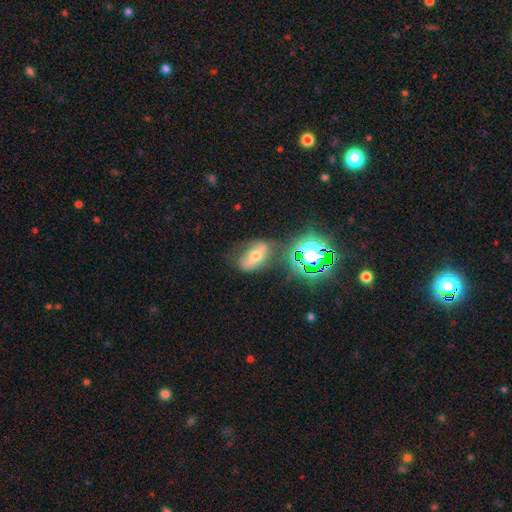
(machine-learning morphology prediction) The model was most divided on "smooth or featured": featured or disk: 40%, smooth: 35%, star or artifact: 25%. More confident: merging — none (55%).